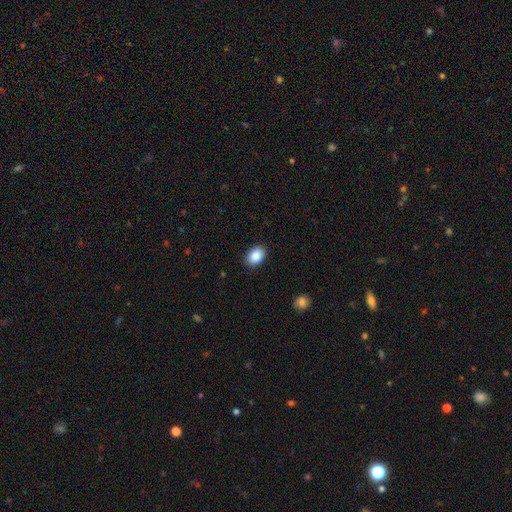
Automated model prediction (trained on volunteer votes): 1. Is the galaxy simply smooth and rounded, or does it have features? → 88% smooth, 8% star or artifact, 4% featured or disk.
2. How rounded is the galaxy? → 80% in between, 19% round, 1% cigar-shaped.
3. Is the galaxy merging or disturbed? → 89% none, 8% minor disturbance, 2% major disturbance, 1% merger.